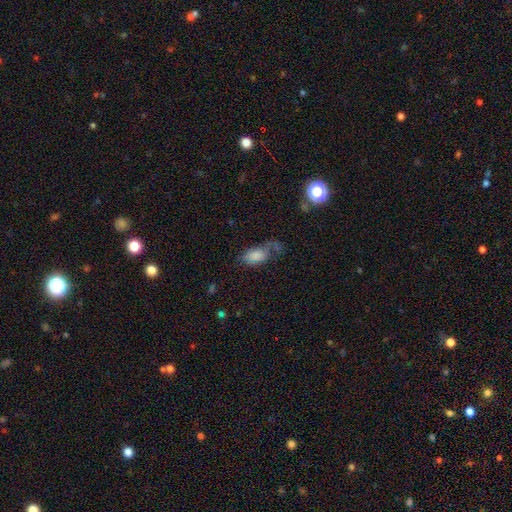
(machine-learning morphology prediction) A smooth galaxy with no disk features (69%) that is in between round and cigar-shaped (91%). Merging: major disturbance (34%).